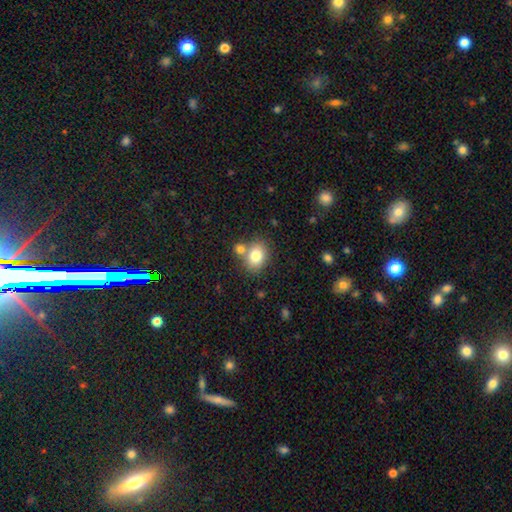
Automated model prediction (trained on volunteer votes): smooth_or_featured: smooth (p=0.79) [alt: featured or disk p=0.11]
how_rounded: in between (p=0.53) [alt: round p=0.46]
merging: none (p=0.61) [alt: merger p=0.24]